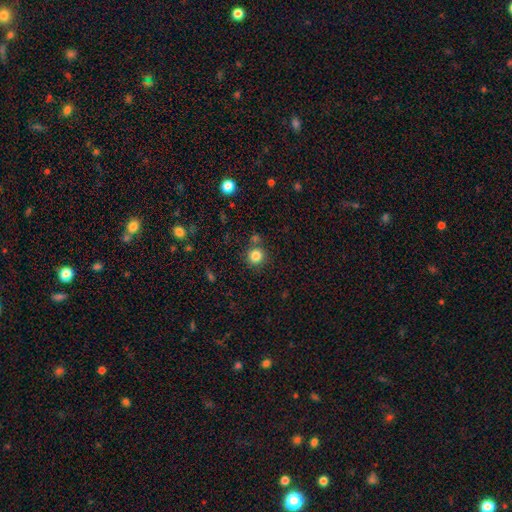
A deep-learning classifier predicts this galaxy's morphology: This appears to be a smooth galaxy with no disk features (83%) that is round (93%). Merging: none (79%).